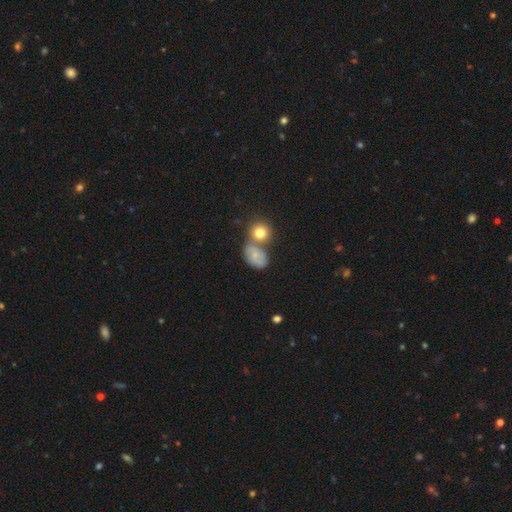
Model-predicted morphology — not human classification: smooth-or-featured: smooth: 56% | featured or disk: 33% | star or artifact: 12%
  how-rounded: in between: 68% | round: 31% | cigar-shaped: 2%
  merging: none: 41% | merger: 33% | minor disturbance: 18% | major disturbance: 8%